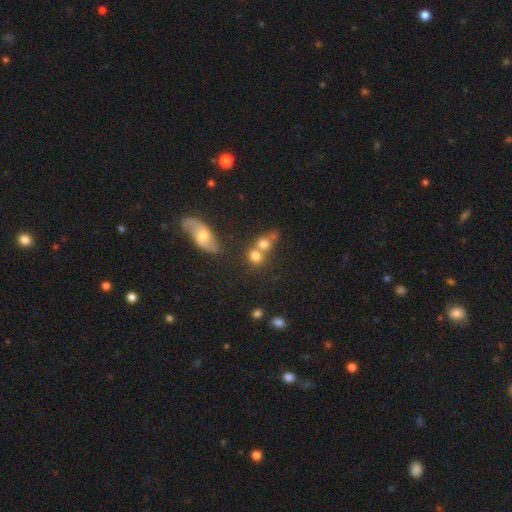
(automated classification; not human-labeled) Smooth or featured? Predicted: smooth (p=0.75). How rounded? Predicted: round (p=0.74). Merging? Predicted: merger (p=0.44).